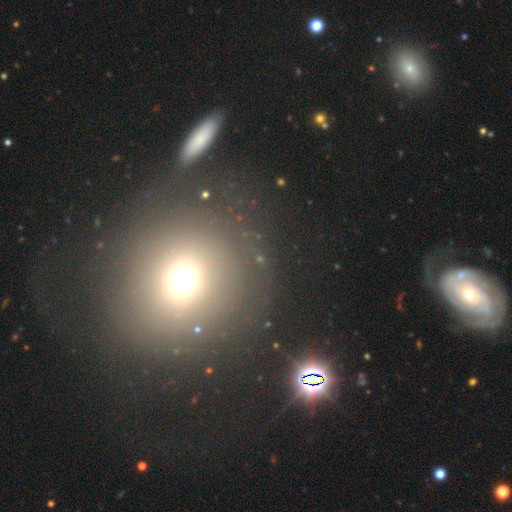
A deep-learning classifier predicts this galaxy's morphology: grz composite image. It shows a smooth galaxy with no disk features (55%) that is round (86%). Merging: none (78%).